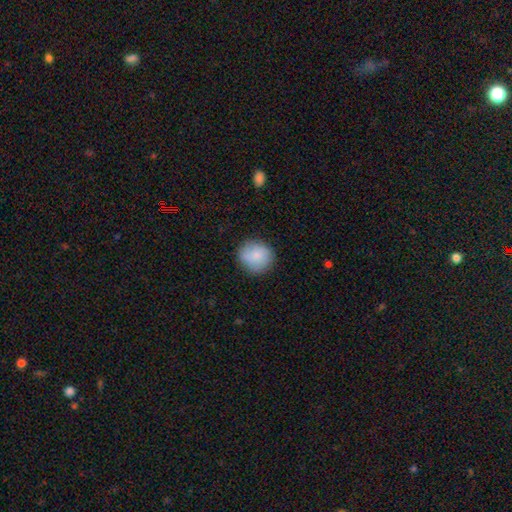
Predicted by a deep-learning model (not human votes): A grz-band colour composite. It shows a smooth galaxy with no disk features (82%) that is round (89%). Merging: none (81%).